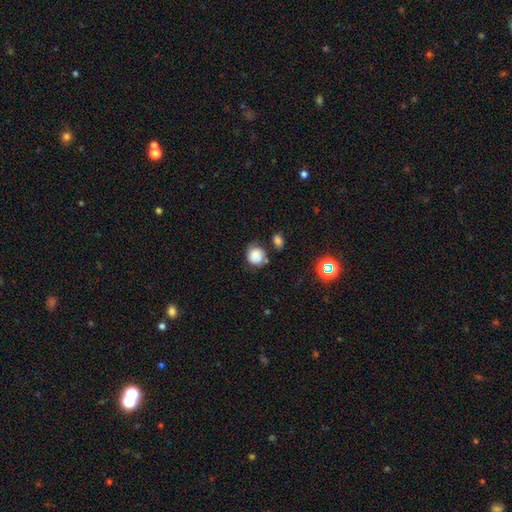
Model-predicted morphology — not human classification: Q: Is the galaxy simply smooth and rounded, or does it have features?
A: smooth — 80%.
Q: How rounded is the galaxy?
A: round — 84%.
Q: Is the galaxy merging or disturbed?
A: none — 59%.